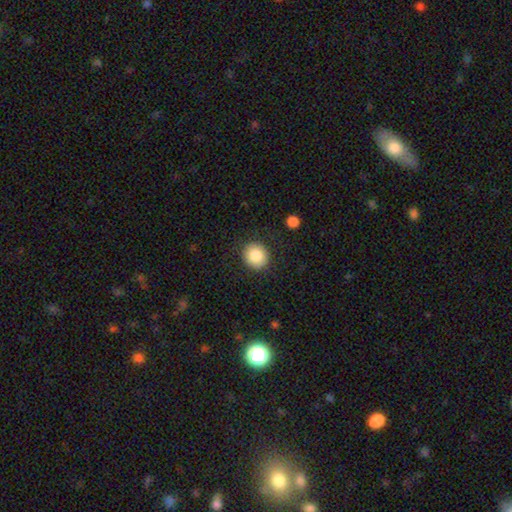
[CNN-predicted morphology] Smooth or featured?
  - smooth: 85% *
  - star or artifact: 8%
  - featured or disk: 7%
How rounded?
  - round: 86% *
  - in between: 13%
  - cigar-shaped: 1%
Merging?
  - none: 88% *
  - minor disturbance: 8%
  - major disturbance: 3%
  - merger: 1%